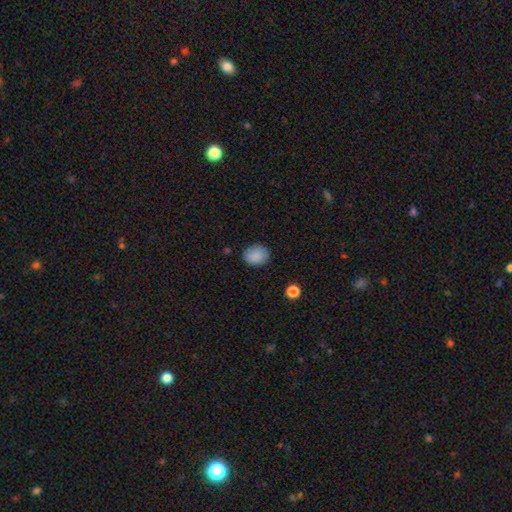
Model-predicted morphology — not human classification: A smooth galaxy with no disk features (88%) that is round (50%).

Vote fractions:
- Smooth or featured? smooth: 88% / star or artifact: 8% / featured or disk: 3%
- How rounded? round: 50% / in between: 49% / cigar-shaped: 1%
- Merging? none: 85% / minor disturbance: 11% / major disturbance: 3% / merger: 1%